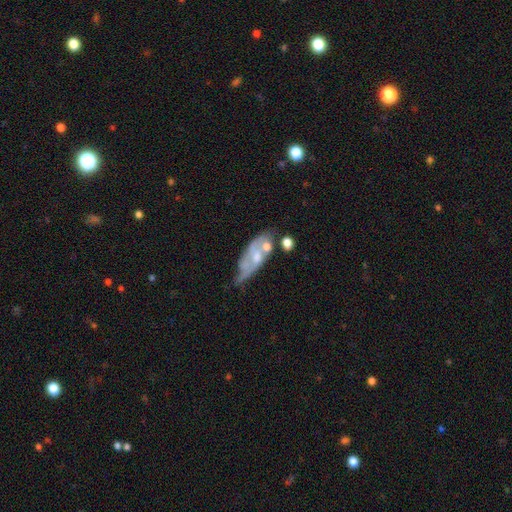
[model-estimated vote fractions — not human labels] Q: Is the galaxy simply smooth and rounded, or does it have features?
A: featured or disk — 62%.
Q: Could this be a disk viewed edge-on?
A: no — 84%.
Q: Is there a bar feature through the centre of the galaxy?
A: no — 71%.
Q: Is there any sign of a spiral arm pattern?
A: yes — 53%.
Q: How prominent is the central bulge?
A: small — 49%.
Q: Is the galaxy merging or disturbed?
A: none — 38%.